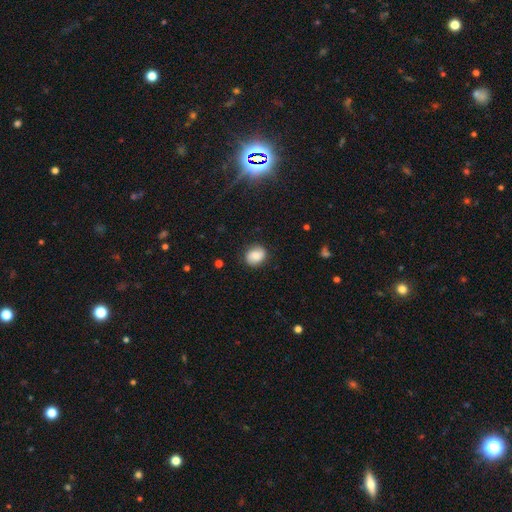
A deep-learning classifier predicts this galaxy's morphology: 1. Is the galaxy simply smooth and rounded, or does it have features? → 73% smooth, 18% featured or disk, 9% star or artifact.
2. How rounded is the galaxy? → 61% round, 38% in between, 1% cigar-shaped.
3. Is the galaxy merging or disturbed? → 83% none, 12% minor disturbance, 3% major disturbance, 1% merger.